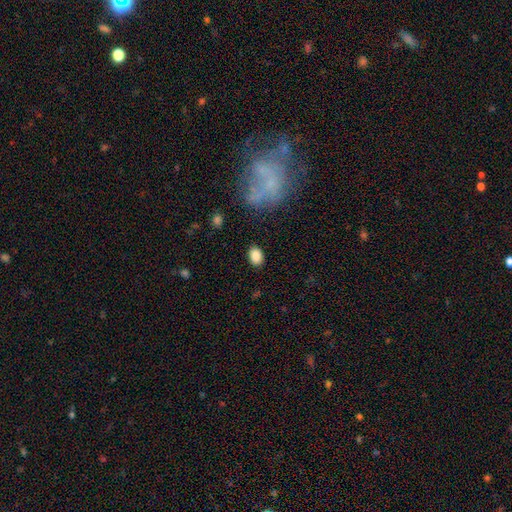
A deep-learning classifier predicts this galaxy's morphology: This is clearly a smooth galaxy (87%). How rounded: likely in between (78%). Merging: clearly none (86%).